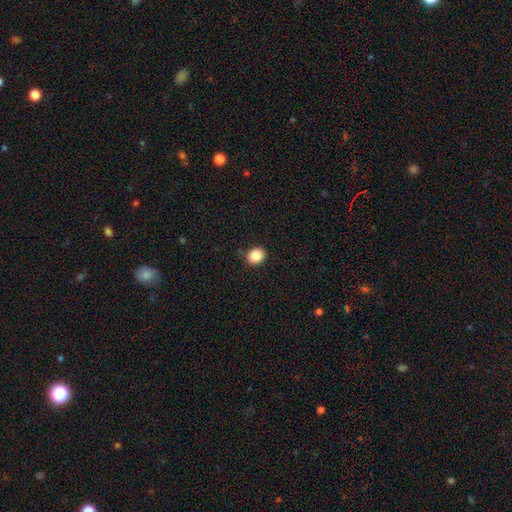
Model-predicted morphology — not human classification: type=smooth (87%); roundness=round (71%); merging=none (88%).